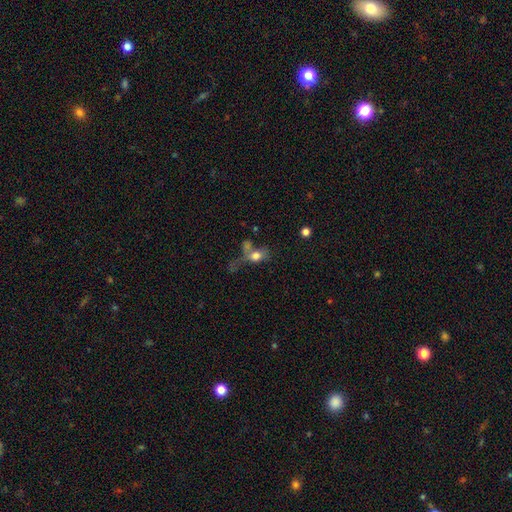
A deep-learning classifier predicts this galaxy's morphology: A smooth galaxy with no disk features (67%) that is in between round and cigar-shaped (65%).

Vote fractions:
- Smooth or featured? smooth: 67% / featured or disk: 20% / star or artifact: 13%
- How rounded? in between: 65% / round: 30% / cigar-shaped: 5%
- Merging? merger: 34% / major disturbance: 26% / none: 26% / minor disturbance: 15%